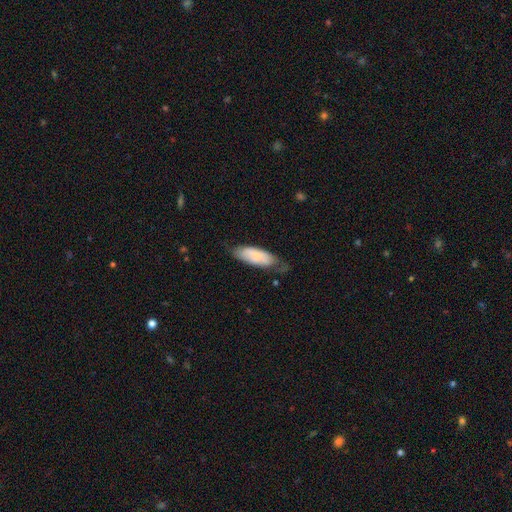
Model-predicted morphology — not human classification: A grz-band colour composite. It shows a smooth galaxy with no disk features (70%) that is in between round and cigar-shaped (69%). Merging: none (51%).